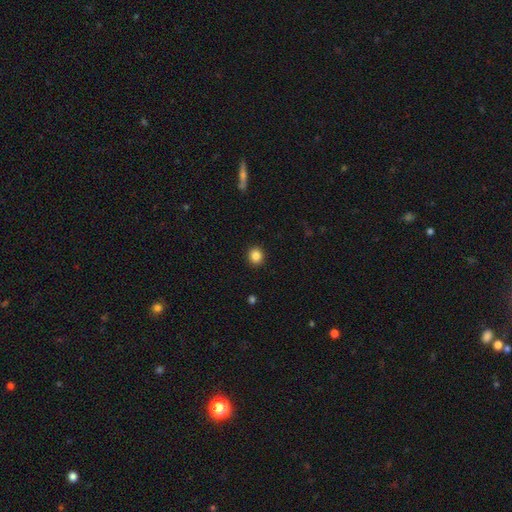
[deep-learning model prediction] Smooth or featured?
  - smooth: 86% *
  - star or artifact: 10%
  - featured or disk: 4%
How rounded?
  - round: 89% *
  - in between: 11%
  - cigar-shaped: 1%
Merging?
  - none: 93% *
  - minor disturbance: 5%
  - major disturbance: 2%
  - merger: 1%